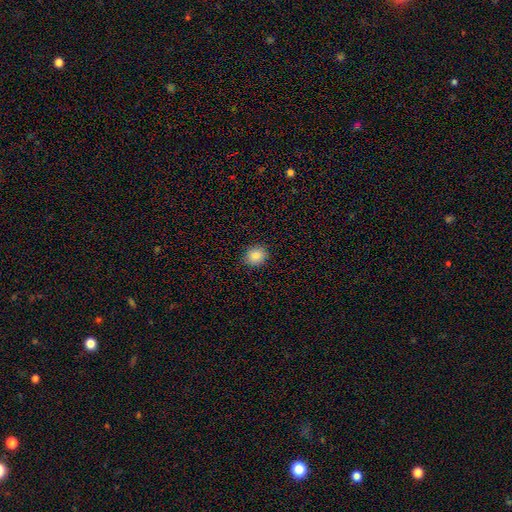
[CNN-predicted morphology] A smooth galaxy with no disk features (86%) that is round (70%).

Vote fractions:
- Smooth or featured? smooth: 86% / star or artifact: 9% / featured or disk: 5%
- How rounded? round: 70% / in between: 29% / cigar-shaped: 1%
- Merging? none: 88% / minor disturbance: 9% / major disturbance: 2% / merger: 1%